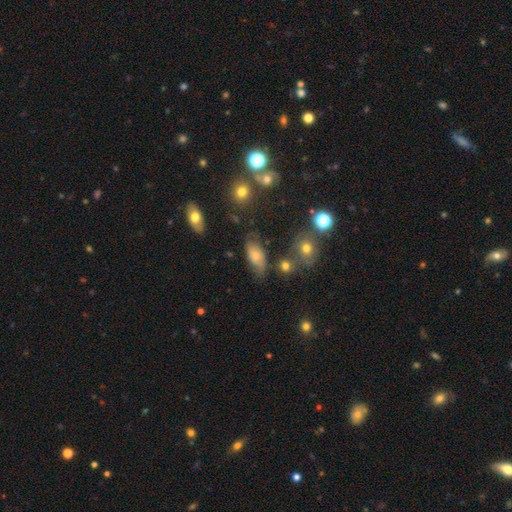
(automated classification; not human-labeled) Morphology: type=smooth (59%); roundness=in between (88%); merging=none (54%).